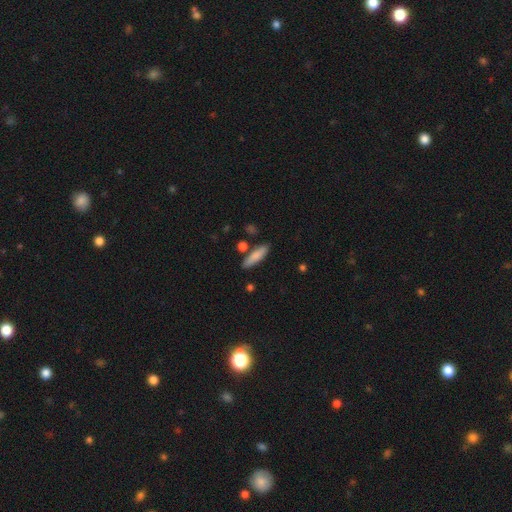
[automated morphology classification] type=smooth (82%); roundness=cigar-shaped (67%); merging=none (80%).